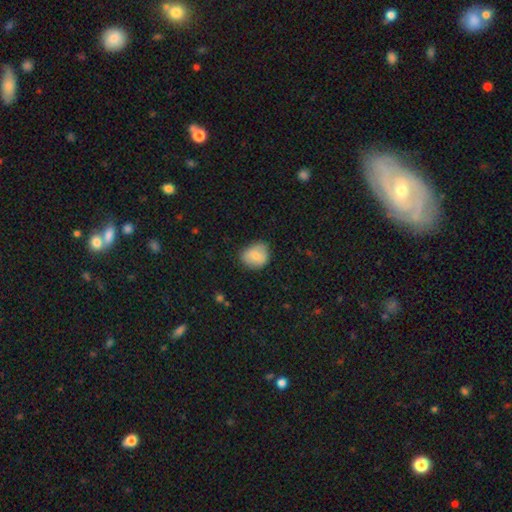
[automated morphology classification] type=smooth (80%); roundness=round (64%); merging=none (71%).